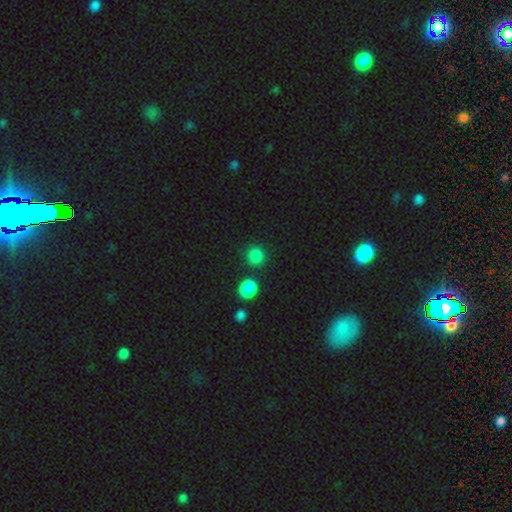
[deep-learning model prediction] smooth_or_featured: smooth (p=0.84) [alt: star or artifact p=0.13]
how_rounded: round (p=0.88) [alt: in between p=0.11]
merging: none (p=0.82) [alt: minor disturbance p=0.09]